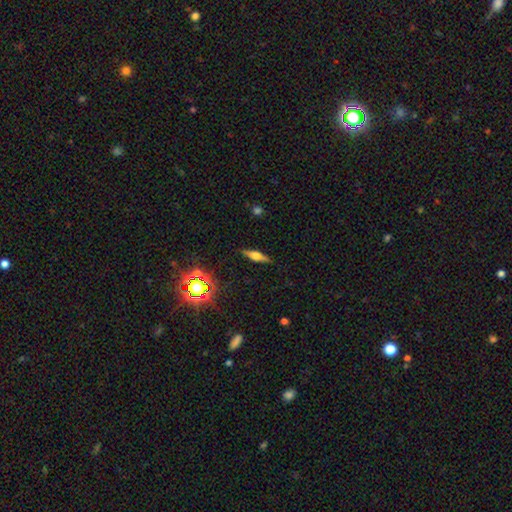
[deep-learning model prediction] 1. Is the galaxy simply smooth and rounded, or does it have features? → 53% featured or disk, 36% smooth, 11% star or artifact.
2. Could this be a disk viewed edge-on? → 94% yes, 6% no.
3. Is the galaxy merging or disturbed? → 88% none, 9% minor disturbance, 2% major disturbance, 1% merger.